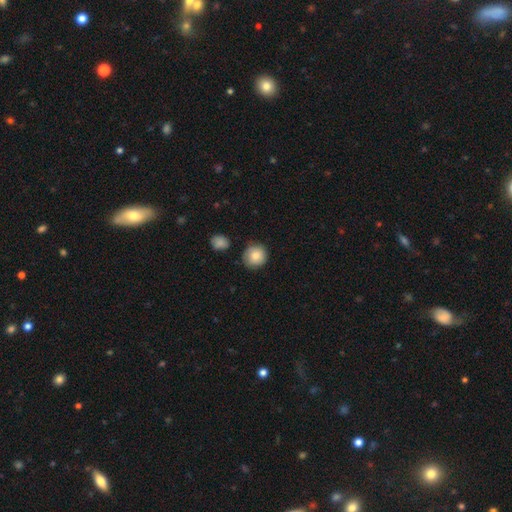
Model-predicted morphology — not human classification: A smooth galaxy with no disk features (83%) that is round (92%).

Vote fractions:
- Smooth or featured? smooth: 83% / featured or disk: 9% / star or artifact: 8%
- How rounded? round: 92% / in between: 7% / cigar-shaped: 1%
- Merging? none: 83% / minor disturbance: 12% / major disturbance: 3% / merger: 3%